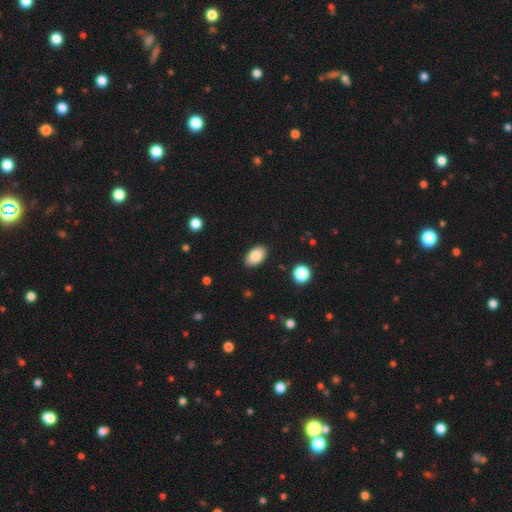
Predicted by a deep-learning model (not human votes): Q: Smooth or featured?
A: smooth (86%); runner-up: star or artifact (8%)
Q: How rounded?
A: in between (93%); runner-up: round (6%)
Q: Merging?
A: none (88%); runner-up: minor disturbance (8%)